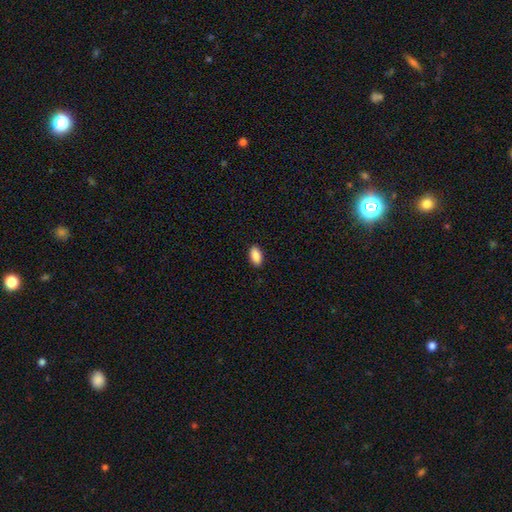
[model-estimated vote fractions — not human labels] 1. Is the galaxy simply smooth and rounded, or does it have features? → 90% smooth, 7% star or artifact, 3% featured or disk.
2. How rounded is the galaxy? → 93% in between, 4% round, 3% cigar-shaped.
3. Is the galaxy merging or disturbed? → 90% none, 7% minor disturbance, 2% major disturbance, 1% merger.